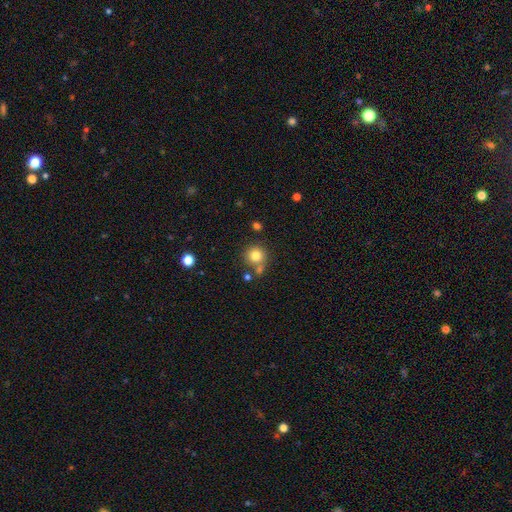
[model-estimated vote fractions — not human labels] smooth_or_featured: smooth (p=0.80) [alt: star or artifact p=0.12]
how_rounded: round (p=0.92) [alt: in between p=0.07]
merging: none (p=0.66) [alt: merger p=0.18]